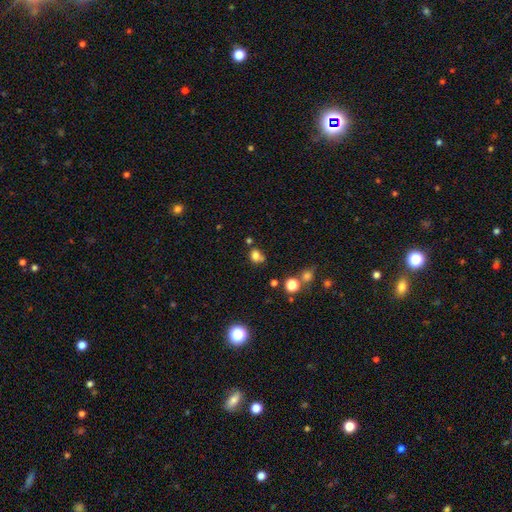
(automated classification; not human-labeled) smooth_or_featured: smooth (p=0.76) [alt: star or artifact p=0.16]
how_rounded: round (p=0.64) [alt: in between p=0.35]
merging: none (p=0.51) [alt: minor disturbance p=0.21]